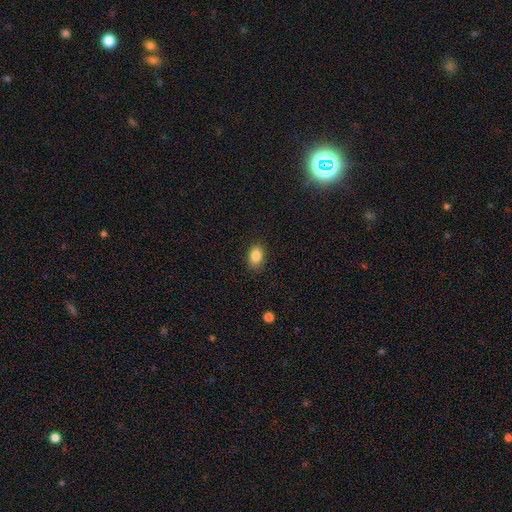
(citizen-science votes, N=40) smooth_or_featured: smooth (p=0.85) [alt: featured or disk p=0.12]
how_rounded: in between (p=0.76) [alt: round p=0.24]
merging: none (p=0.97) [alt: major disturbance p=0.03]